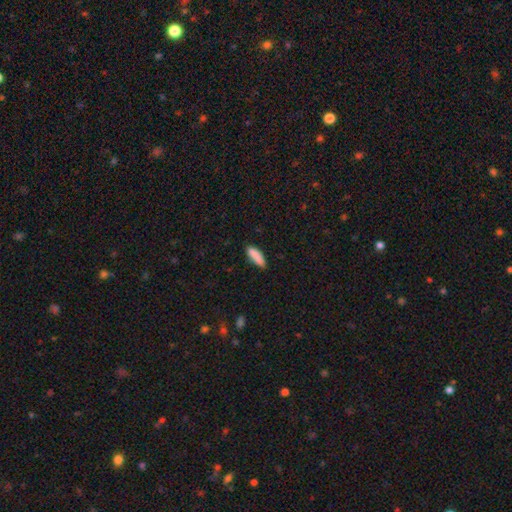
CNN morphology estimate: Smooth or featured?
  - smooth: 88% *
  - star or artifact: 7%
  - featured or disk: 5%
How rounded?
  - cigar-shaped: 50% *
  - in between: 48%
  - round: 2%
Merging?
  - none: 78% *
  - minor disturbance: 17%
  - major disturbance: 3%
  - merger: 2%